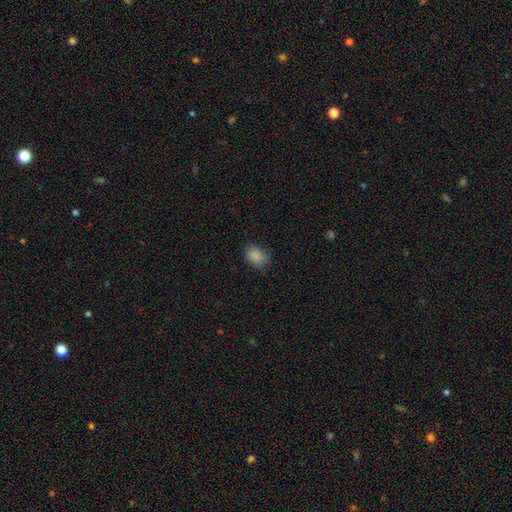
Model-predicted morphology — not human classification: This is clearly a smooth galaxy (87%). How rounded: likely in between (63%). Merging: likely none (77%).